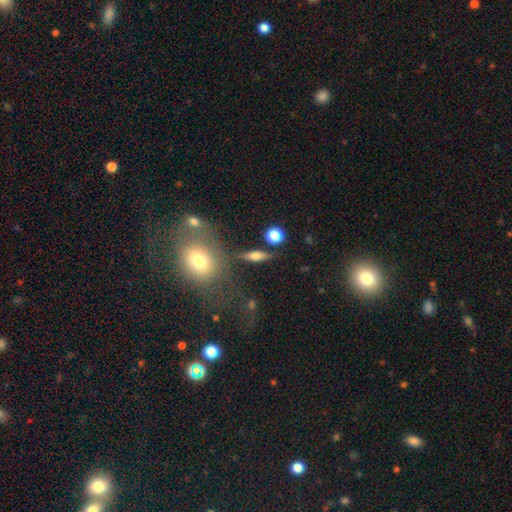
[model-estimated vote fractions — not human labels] A smooth galaxy with no disk features (47%).

Vote fractions:
- Smooth or featured? smooth: 47% / featured or disk: 44% / star or artifact: 9%
- Merging? none: 79% / minor disturbance: 11% / merger: 5% / major disturbance: 4%